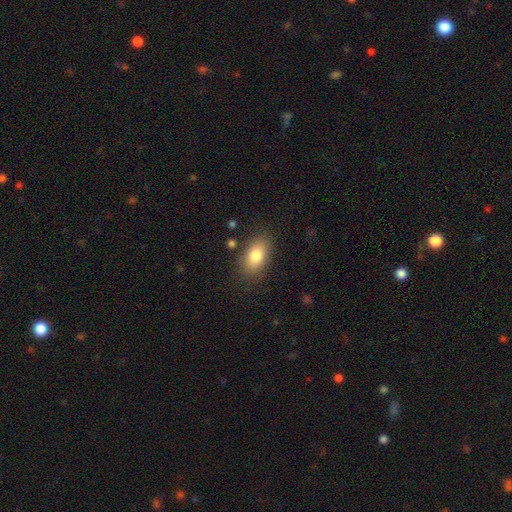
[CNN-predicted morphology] A smooth galaxy with no disk features (82%) that is in between round and cigar-shaped (90%). Merging: none (81%).